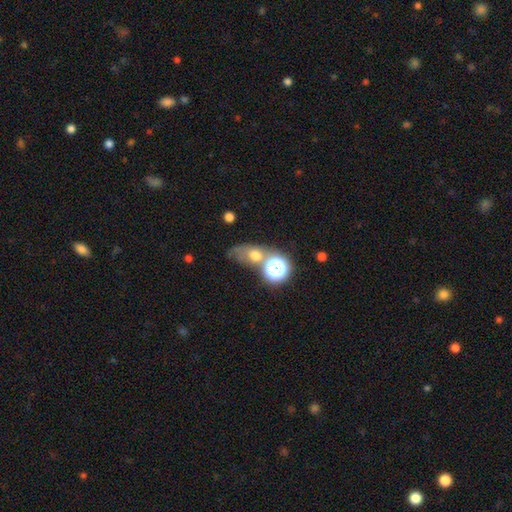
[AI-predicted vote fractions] smooth 59%, star or artifact 21%, featured or disk 19%. Down the decision tree: how rounded — in between (51%); merging — none (37%).